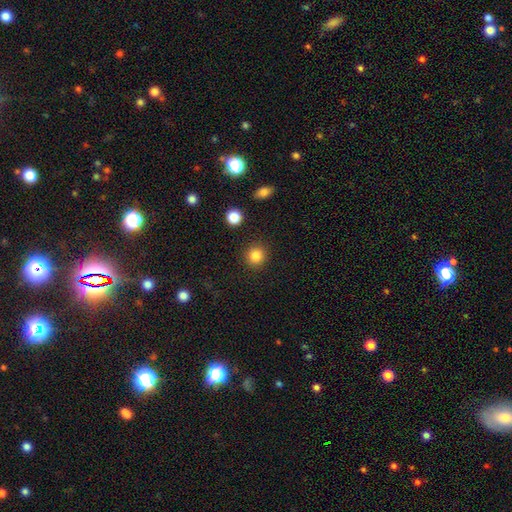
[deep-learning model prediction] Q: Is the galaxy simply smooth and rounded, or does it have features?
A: smooth — 85%.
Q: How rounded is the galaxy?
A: round — 92%.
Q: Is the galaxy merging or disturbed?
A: none — 91%.